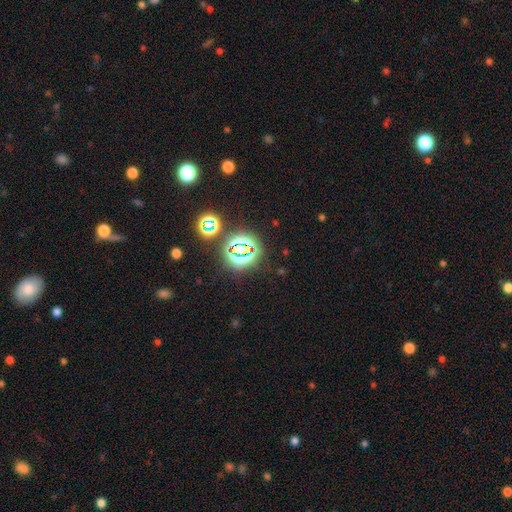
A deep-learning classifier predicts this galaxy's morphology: star or artifact 78%, smooth 15%, featured or disk 7%.